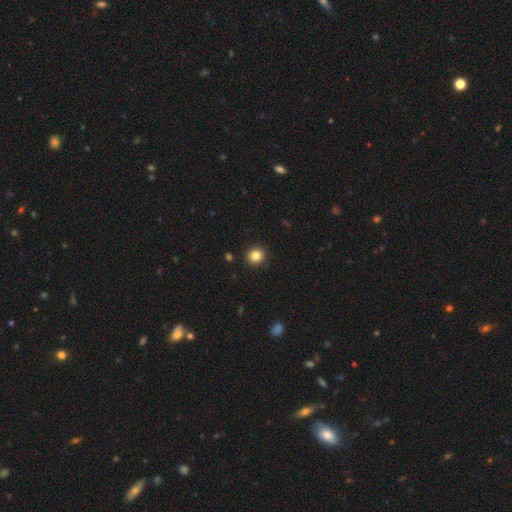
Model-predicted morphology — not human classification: smooth_or_featured: smooth (p=0.84) [alt: star or artifact p=0.11]
how_rounded: round (p=0.86) [alt: in between p=0.13]
merging: none (p=0.92) [alt: minor disturbance p=0.05]